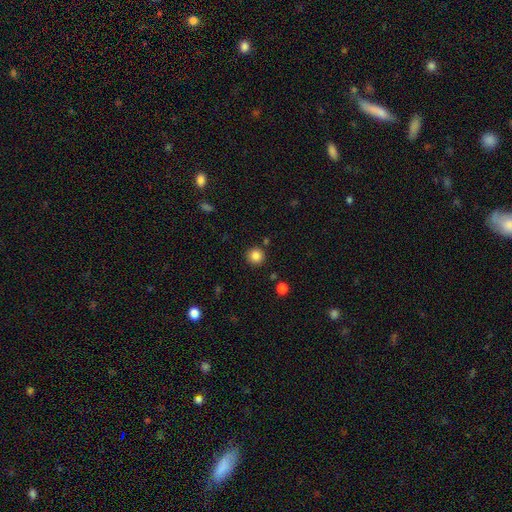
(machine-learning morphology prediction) Overall: smooth (85%). How rounded: round (94%). Merging: none (89%).